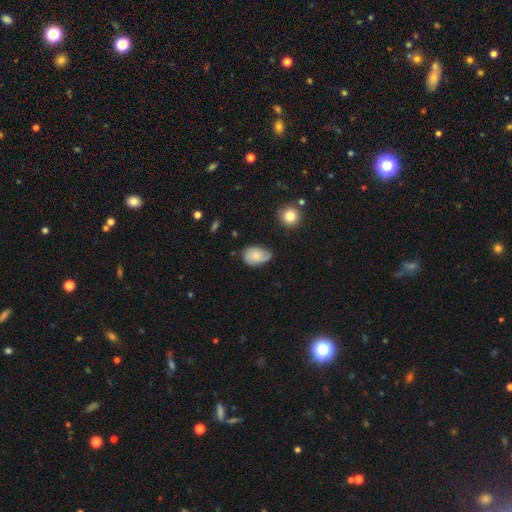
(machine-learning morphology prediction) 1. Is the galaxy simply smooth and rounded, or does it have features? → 65% smooth, 28% featured or disk, 8% star or artifact.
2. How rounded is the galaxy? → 83% in between, 15% round, 1% cigar-shaped.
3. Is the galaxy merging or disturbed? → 51% none, 37% minor disturbance, 10% major disturbance, 2% merger.